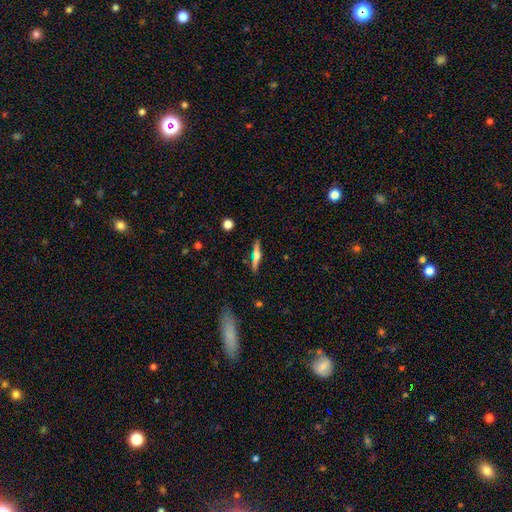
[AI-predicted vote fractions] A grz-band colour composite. It shows a featured or disk galaxy (58%) viewed edge-on (97%) with a rounded central bulge (88%). Merging: none (88%).